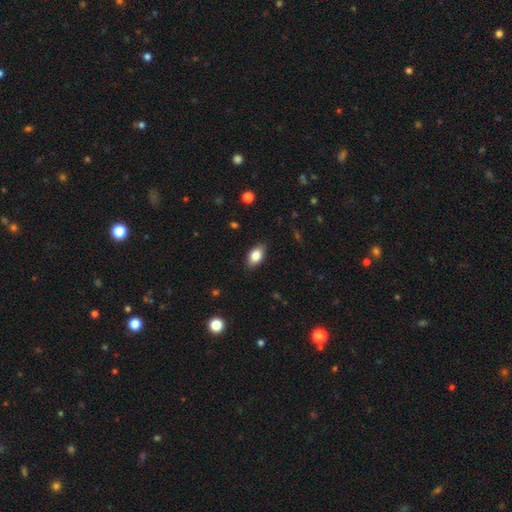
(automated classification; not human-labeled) Overall: smooth (83%). How rounded: in between (91%). Merging: none (86%).